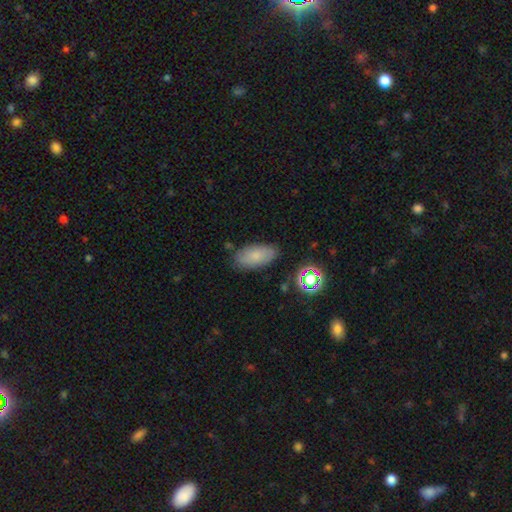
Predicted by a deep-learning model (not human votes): A smooth galaxy with no disk features (78%) that is in between round and cigar-shaped (91%).

Vote fractions:
- Smooth or featured? smooth: 78% / featured or disk: 11% / star or artifact: 11%
- How rounded? in between: 91% / cigar-shaped: 5% / round: 4%
- Merging? none: 80% / minor disturbance: 14% / major disturbance: 3% / merger: 3%